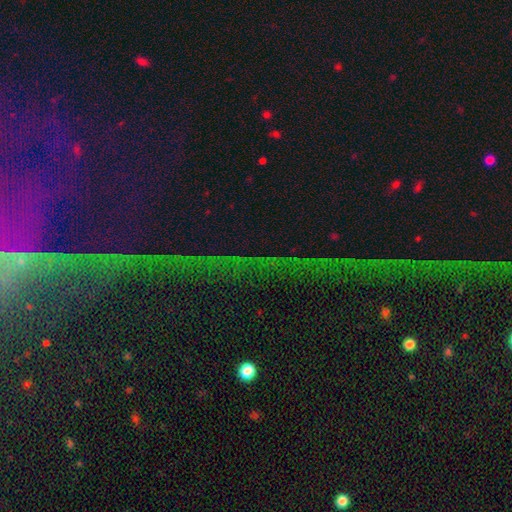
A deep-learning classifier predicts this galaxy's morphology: Smooth or featured: star or artifact — 79% (featured or disk — 12%)